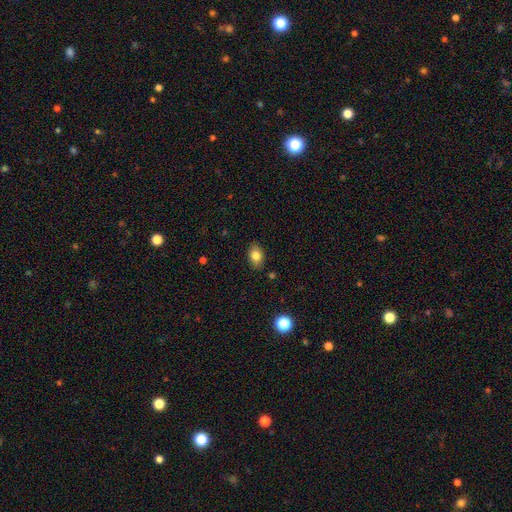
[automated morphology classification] smooth_or_featured: smooth (p=0.81) [alt: featured or disk p=0.09]
how_rounded: in between (p=0.82) [alt: round p=0.17]
merging: none (p=0.86) [alt: minor disturbance p=0.11]